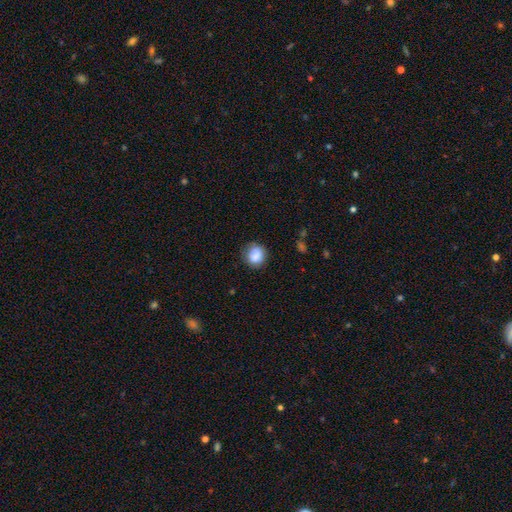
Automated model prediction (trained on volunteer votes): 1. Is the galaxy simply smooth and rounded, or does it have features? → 82% smooth, 9% featured or disk, 9% star or artifact.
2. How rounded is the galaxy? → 76% round, 23% in between, 1% cigar-shaped.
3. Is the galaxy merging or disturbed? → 72% none, 20% minor disturbance, 6% major disturbance, 2% merger.